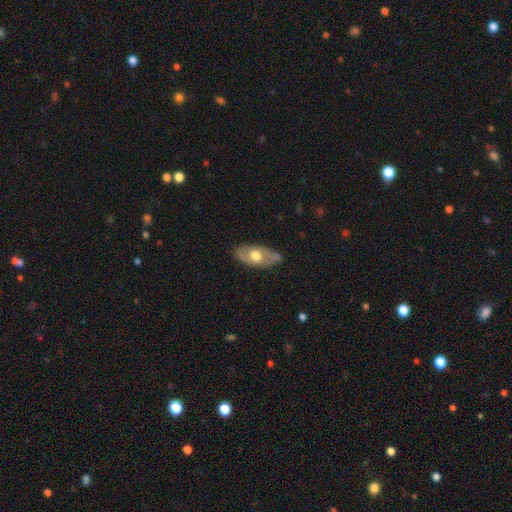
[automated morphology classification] The model was most divided on "smooth or featured": featured or disk: 49%, smooth: 46%, star or artifact: 6%. More confident: merging — none (72%).